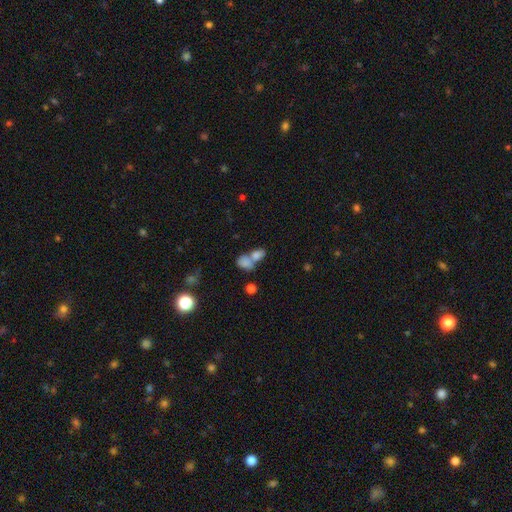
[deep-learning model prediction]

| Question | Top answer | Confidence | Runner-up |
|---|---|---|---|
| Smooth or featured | smooth | 77% | featured or disk (12%) |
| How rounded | in between | 71% | round (26%) |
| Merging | merger | 64% | none (24%) |